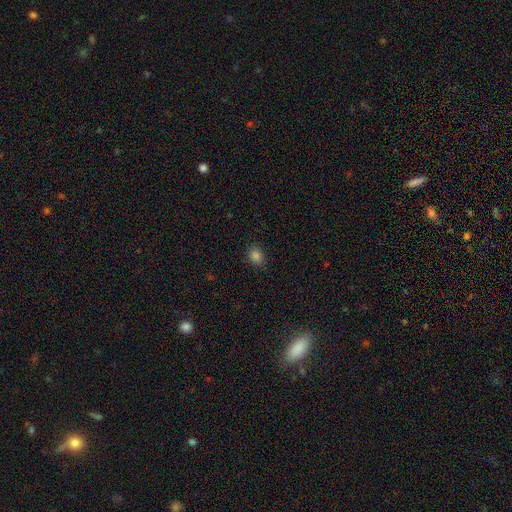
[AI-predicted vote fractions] Overall: smooth (83%). How rounded: in between (54%; round 45%). Merging: none (87%).